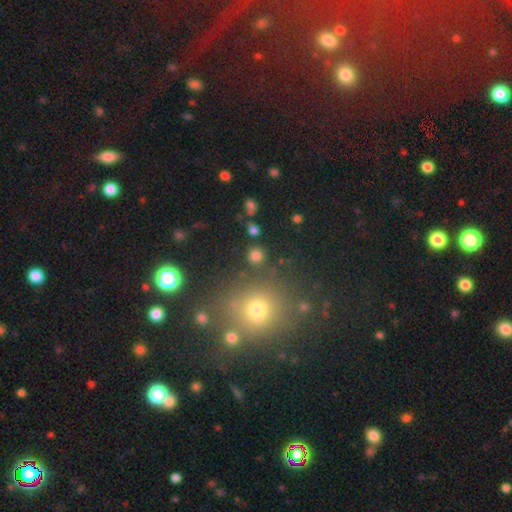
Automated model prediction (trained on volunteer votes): Smooth or featured: smooth — 77% (star or artifact — 17%)
How rounded: round — 91% (in between — 7%)
Merging: none — 86% (minor disturbance — 6%)